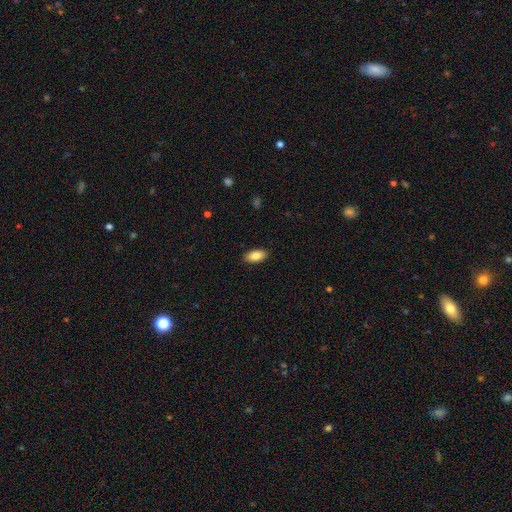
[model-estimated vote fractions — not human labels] A smooth galaxy with no disk features (86%) that is in between round and cigar-shaped (93%).

Vote fractions:
- Smooth or featured? smooth: 86% / featured or disk: 7% / star or artifact: 7%
- How rounded? in between: 93% / cigar-shaped: 5% / round: 3%
- Merging? none: 90% / minor disturbance: 8% / major disturbance: 2% / merger: 1%